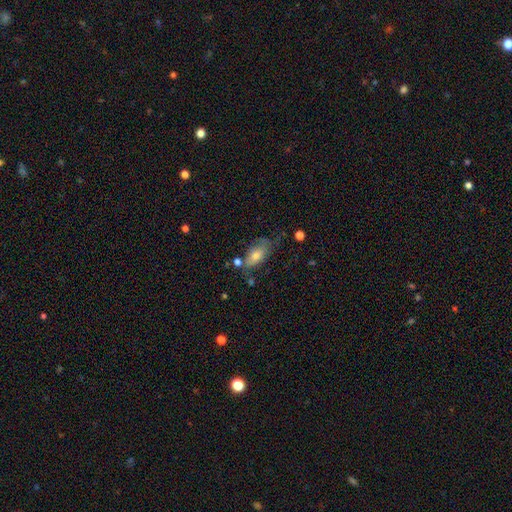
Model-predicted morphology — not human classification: Smooth or featured? smooth (58%)
How rounded? in between (83%)
Merging? none (47%)